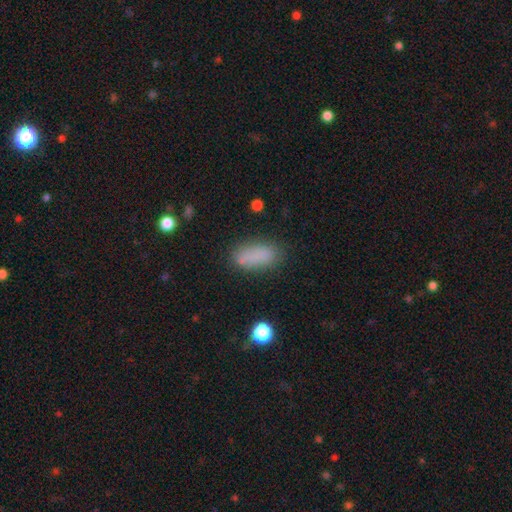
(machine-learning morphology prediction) The model was most divided on "how rounded": in between: 77%, cigar-shaped: 20%, round: 3%. More confident: smooth or featured — smooth (83%); merging — none (75%).